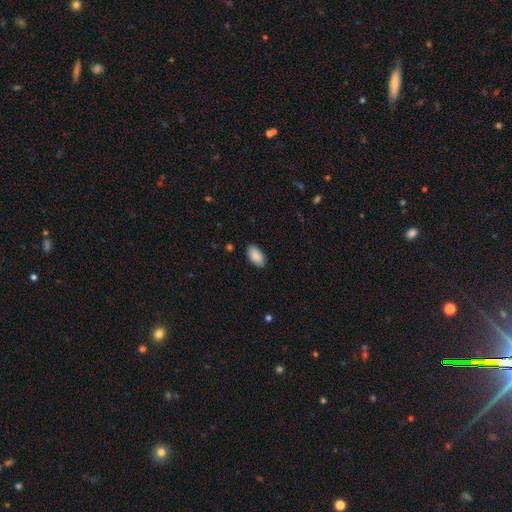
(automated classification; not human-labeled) Smooth or featured? Predicted: smooth (p=0.90). How rounded? Predicted: in between (p=0.95). Merging? Predicted: none (p=0.87).